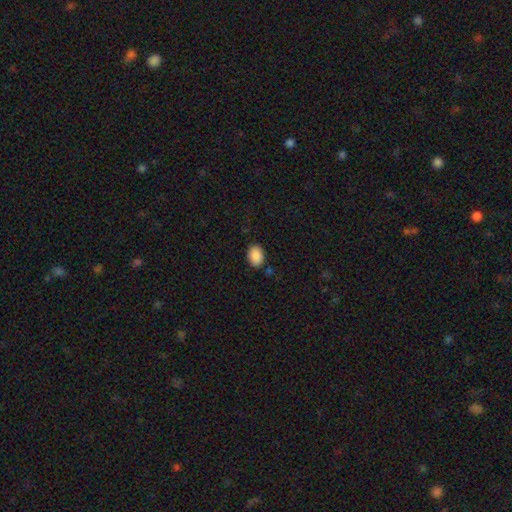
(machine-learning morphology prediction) type=smooth (90%); roundness=in between (81%); merging=none (85%).